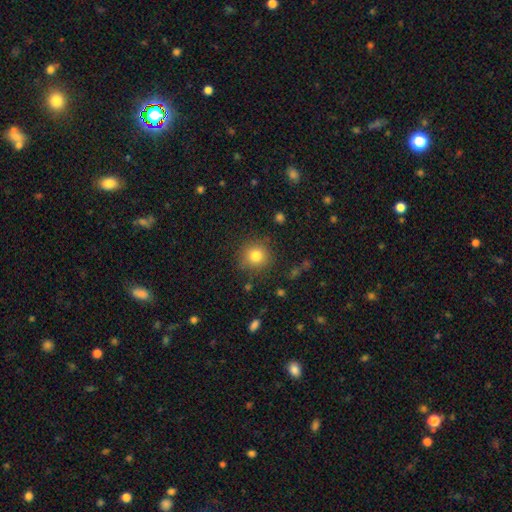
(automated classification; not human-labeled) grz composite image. It shows a smooth galaxy with no disk features (81%) that is round (91%). Merging: none (87%).